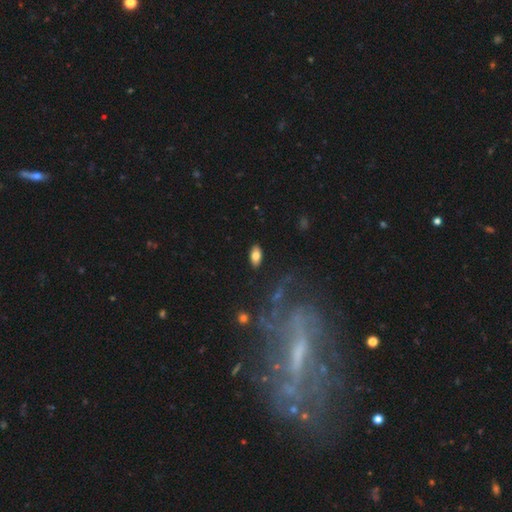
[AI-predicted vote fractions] This is clearly a smooth galaxy (80%). How rounded: clearly in between (92%). Merging: clearly none (88%).